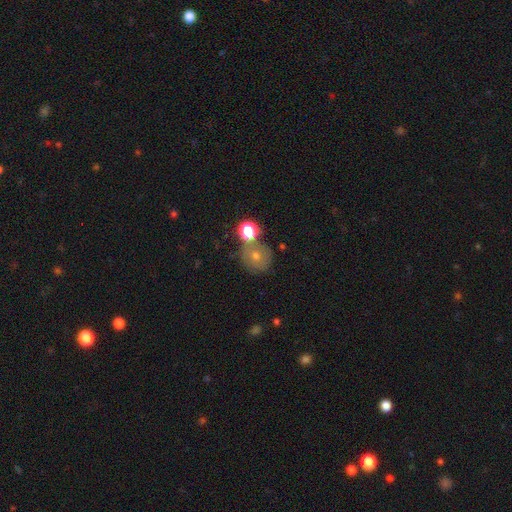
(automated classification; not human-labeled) Q: Smooth or featured?
A: smooth (52%); runner-up: star or artifact (26%)
Q: How rounded?
A: round (87%); runner-up: in between (12%)
Q: Merging?
A: none (66%); runner-up: merger (16%)